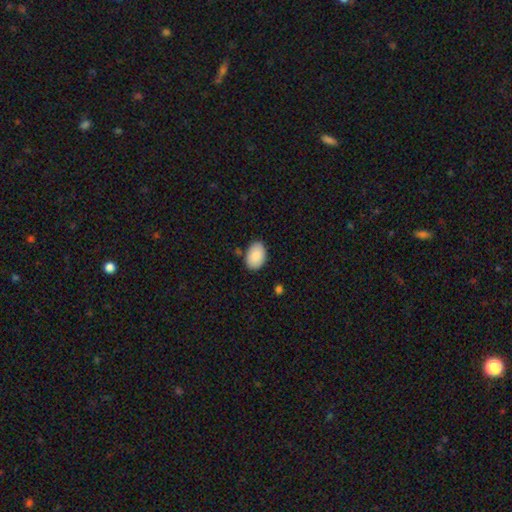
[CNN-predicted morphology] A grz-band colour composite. It shows a smooth galaxy with no disk features (87%) that is in between round and cigar-shaped (89%). Merging: none (82%).